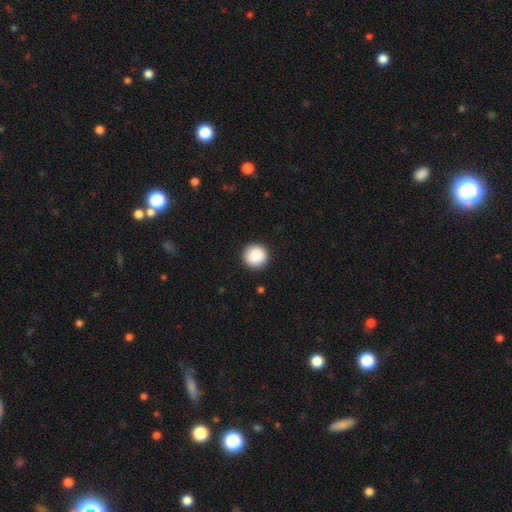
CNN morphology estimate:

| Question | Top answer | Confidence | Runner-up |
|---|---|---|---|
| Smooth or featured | smooth | 89% | star or artifact (8%) |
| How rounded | round | 95% | in between (4%) |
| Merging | none | 92% | minor disturbance (5%) |